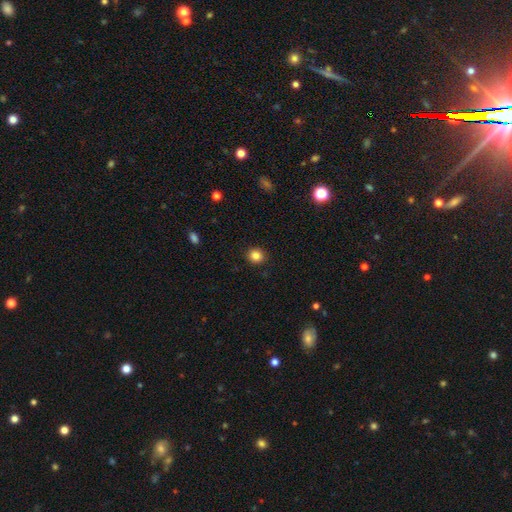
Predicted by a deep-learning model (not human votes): This appears to be a smooth galaxy with no disk features (85%) that is round (86%). Merging: none (91%).